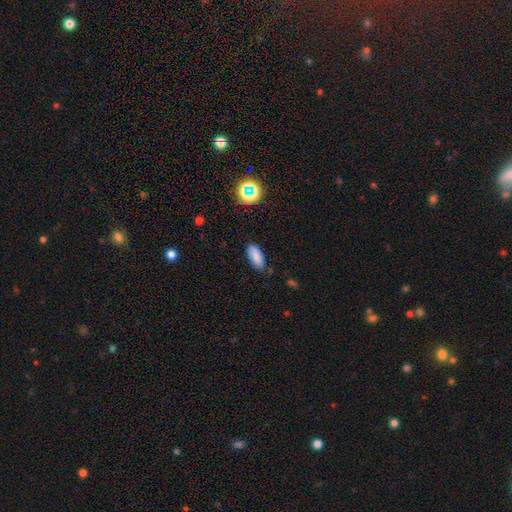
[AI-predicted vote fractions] Smooth or featured? Predicted: smooth (p=0.85). How rounded? Predicted: in between (p=0.83). Merging? Predicted: none (p=0.83).